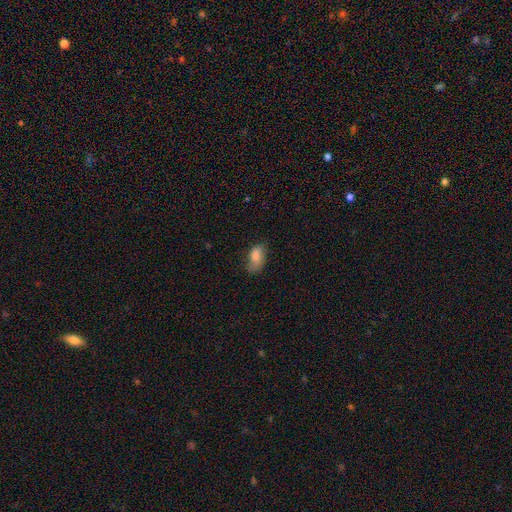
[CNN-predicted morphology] Smooth or featured? Predicted: smooth (p=0.81). How rounded? Predicted: in between (p=0.91). Merging? Predicted: none (p=0.60).